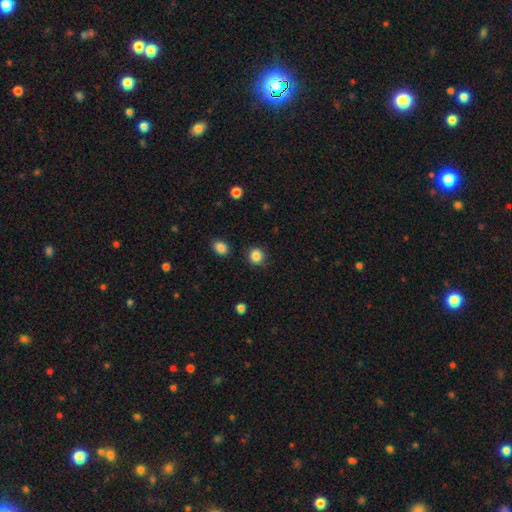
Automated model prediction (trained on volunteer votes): Smooth or featured?
  - smooth: 86% *
  - star or artifact: 10%
  - featured or disk: 3%
How rounded?
  - round: 90% *
  - in between: 9%
  - cigar-shaped: 1%
Merging?
  - none: 88% *
  - minor disturbance: 8%
  - major disturbance: 2%
  - merger: 2%